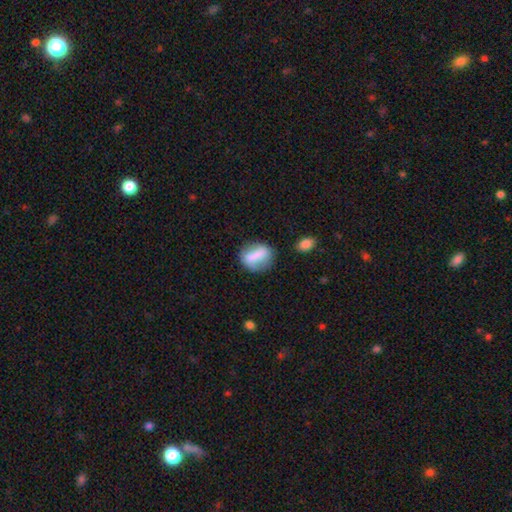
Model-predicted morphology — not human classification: smooth_or_featured: smooth (p=0.65) [alt: featured or disk p=0.27]
how_rounded: in between (p=0.54) [alt: round p=0.36]
merging: none (p=0.63) [alt: minor disturbance p=0.22]